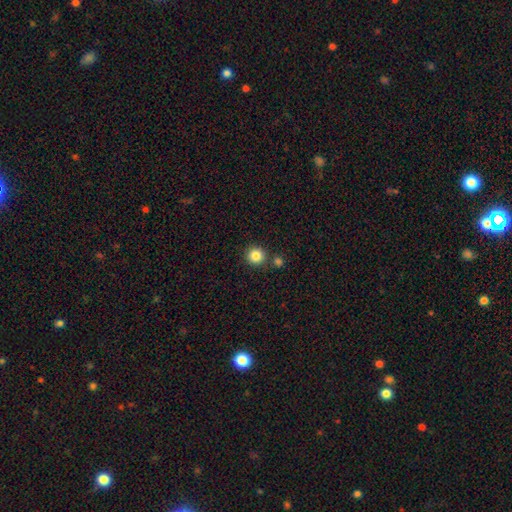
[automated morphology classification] Smooth or featured? smooth (85%)
How rounded? round (94%)
Merging? none (82%)